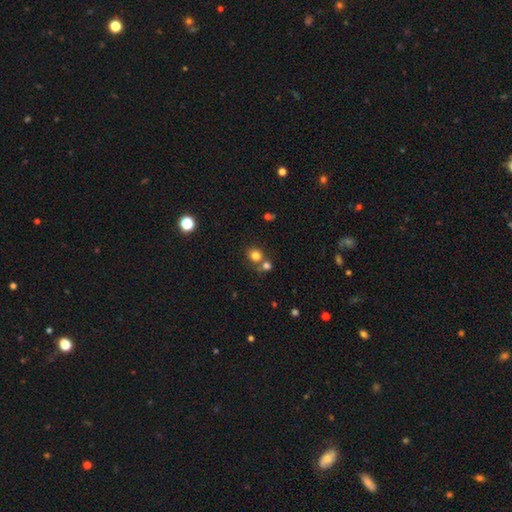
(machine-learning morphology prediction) type=smooth (79%); roundness=round (79%); merging=none (57%).